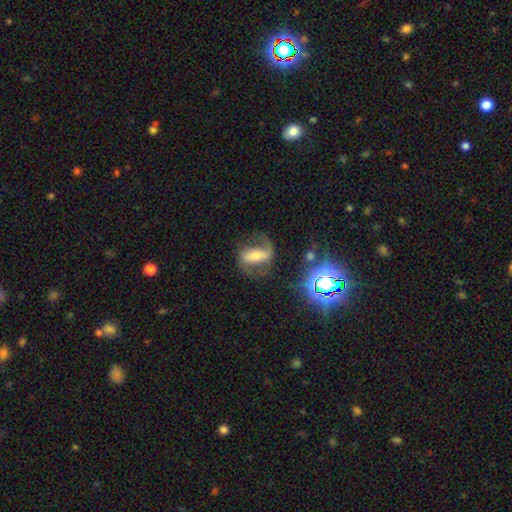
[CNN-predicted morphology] Smooth or featured? Predicted: featured or disk (p=0.69). Edge-on disk? Predicted: no (p=0.92). Bar? Predicted: strong (p=0.58). Spiral arms? Predicted: yes (p=0.88). Spiral winding? Predicted: loose (p=0.45). Spiral arm count? Predicted: 2 (p=0.76). Bulge size? Predicted: moderate (p=0.46). Merging? Predicted: none (p=0.60).